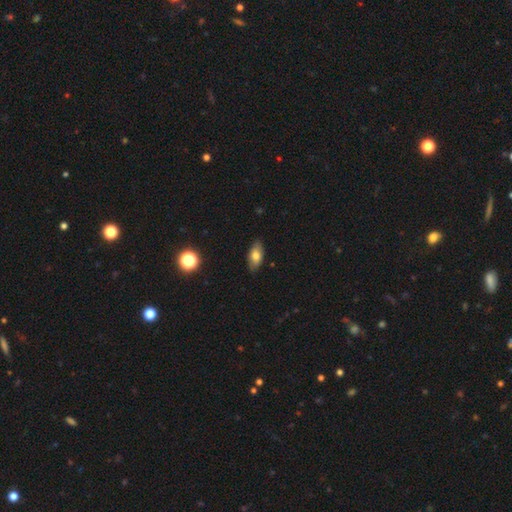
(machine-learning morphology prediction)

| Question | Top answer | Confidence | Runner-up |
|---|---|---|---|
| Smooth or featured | smooth | 72% | featured or disk (20%) |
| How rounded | in between | 87% | cigar-shaped (8%) |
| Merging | none | 84% | minor disturbance (12%) |